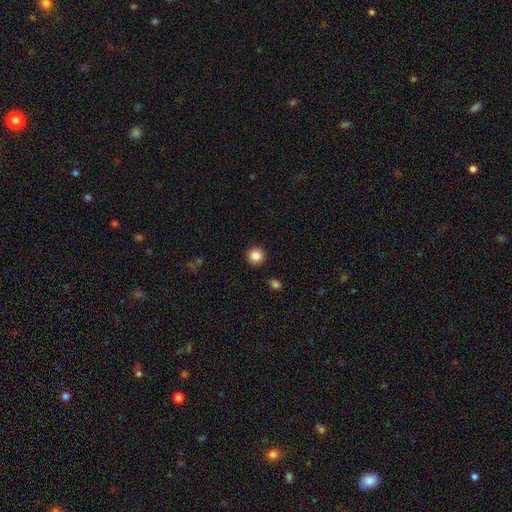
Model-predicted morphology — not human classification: Smooth or featured? Predicted: smooth (p=0.85). How rounded? Predicted: round (p=0.95). Merging? Predicted: none (p=0.93).